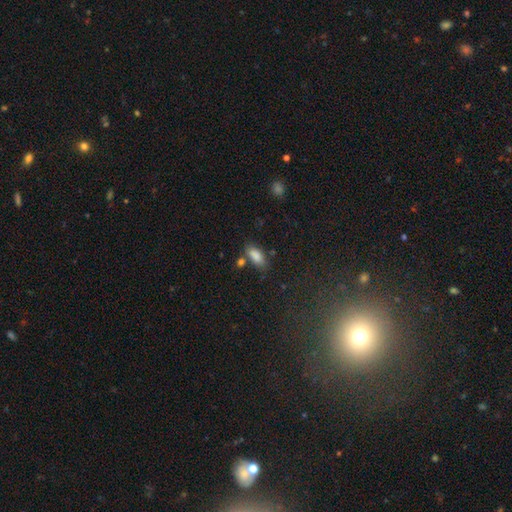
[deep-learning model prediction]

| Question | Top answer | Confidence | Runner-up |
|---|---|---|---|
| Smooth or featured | smooth | 85% | star or artifact (8%) |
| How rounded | in between | 86% | cigar-shaped (10%) |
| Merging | none | 65% | minor disturbance (16%) |